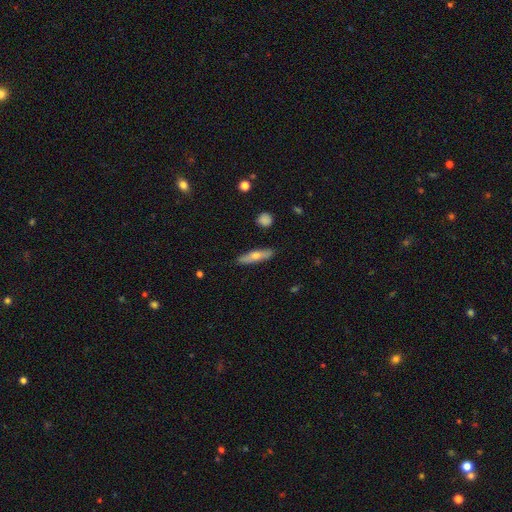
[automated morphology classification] The model was most divided on "smooth or featured": smooth: 53%, featured or disk: 41%, star or artifact: 7%. More confident: merging — none (88%); how rounded — cigar-shaped (78%).